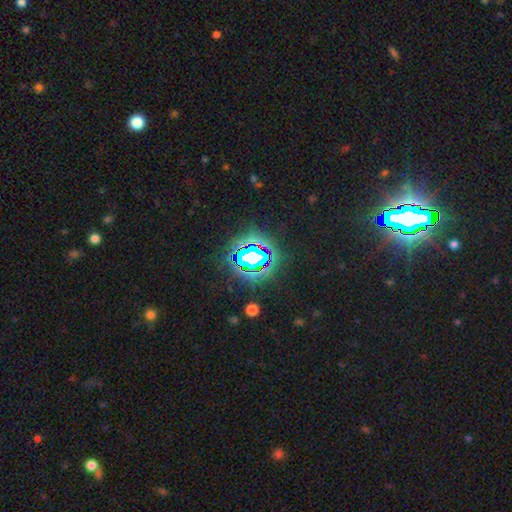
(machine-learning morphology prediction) This appears to be a star or artifact, not a galaxy (80%).